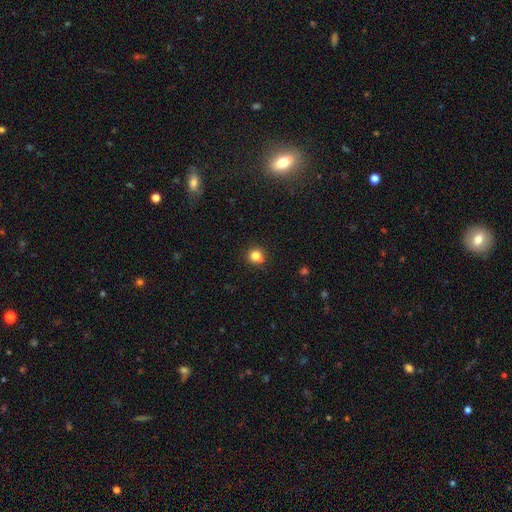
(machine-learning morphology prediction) The model was most divided on "merging": none: 66%, merger: 19%, minor disturbance: 12%, major disturbance: 3%. More confident: how rounded — round (89%); smooth or featured — smooth (79%).